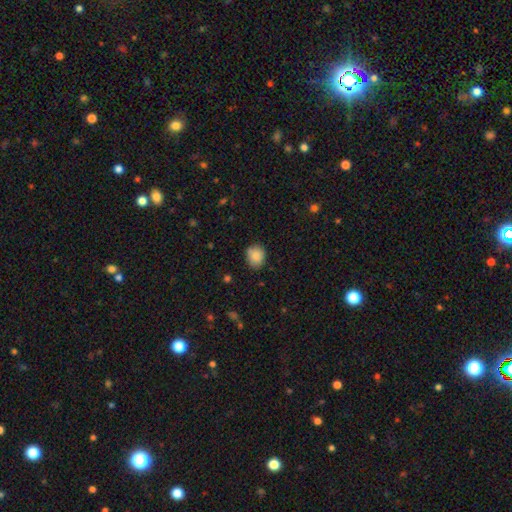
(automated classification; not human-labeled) Q: Smooth or featured?
A: smooth (86%); runner-up: star or artifact (8%)
Q: How rounded?
A: round (64%); runner-up: in between (35%)
Q: Merging?
A: none (80%); runner-up: minor disturbance (16%)